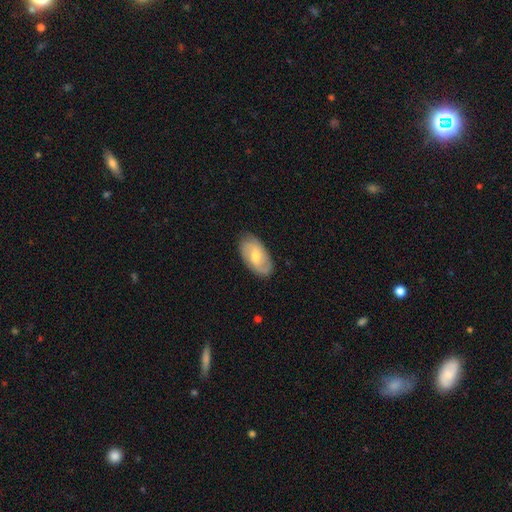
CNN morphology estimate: Smooth or featured? Predicted: featured or disk (p=0.57). Edge-on disk? Predicted: no (p=0.94). Bar? Predicted: weak (p=0.48). Spiral arms? Predicted: yes (p=0.85). Bulge size? Predicted: moderate (p=0.53). Merging? Predicted: none (p=0.83).